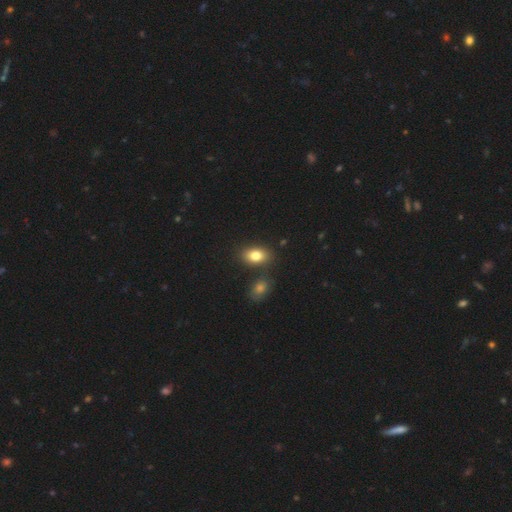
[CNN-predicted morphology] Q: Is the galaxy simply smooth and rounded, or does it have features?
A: smooth — 81%.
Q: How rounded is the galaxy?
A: in between — 84%.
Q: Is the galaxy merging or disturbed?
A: none — 74%.